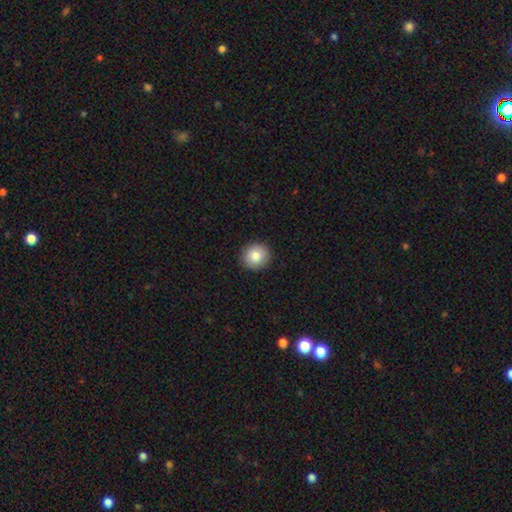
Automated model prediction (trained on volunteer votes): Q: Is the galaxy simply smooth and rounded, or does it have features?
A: smooth — 84%.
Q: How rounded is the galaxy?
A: round — 92%.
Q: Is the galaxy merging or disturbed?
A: none — 92%.